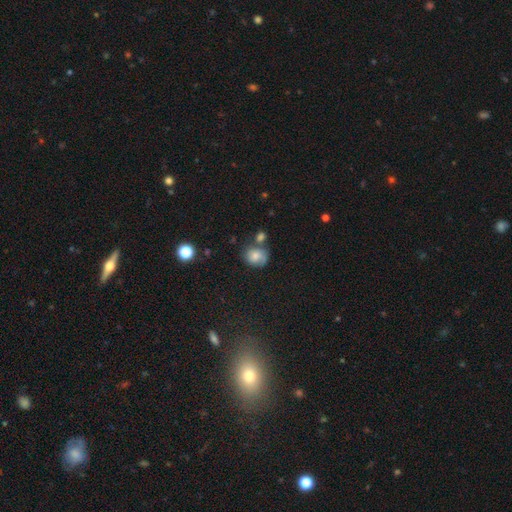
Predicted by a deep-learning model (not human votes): smooth-or-featured: smooth: 70% | featured or disk: 19% | star or artifact: 11%
  how-rounded: round: 65% | in between: 34% | cigar-shaped: 1%
  merging: none: 51% | minor disturbance: 23% | merger: 18% | major disturbance: 8%